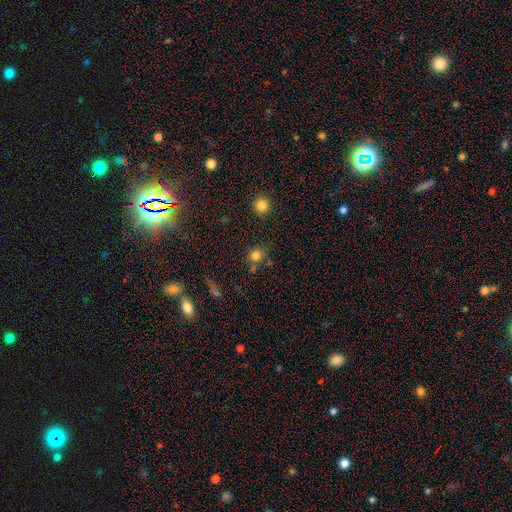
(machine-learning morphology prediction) Smooth or featured? smooth (79%)
How rounded? round (86%)
Merging? none (73%)